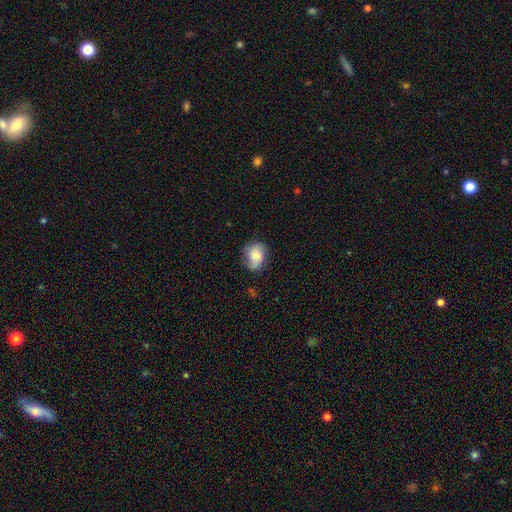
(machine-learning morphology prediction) smooth-or-featured: smooth: 70% | featured or disk: 21% | star or artifact: 8%
  how-rounded: in between: 55% | round: 43% | cigar-shaped: 1%
  merging: none: 63% | minor disturbance: 28% | major disturbance: 8% | merger: 2%